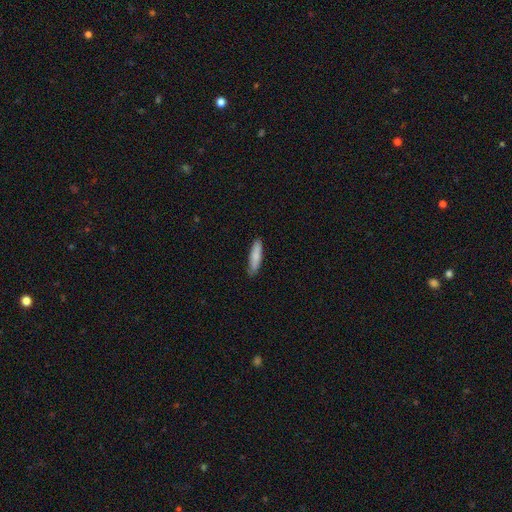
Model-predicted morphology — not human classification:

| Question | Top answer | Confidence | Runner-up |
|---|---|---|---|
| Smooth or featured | smooth | 83% | featured or disk (12%) |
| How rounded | cigar-shaped | 73% | in between (26%) |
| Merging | none | 85% | minor disturbance (12%) |